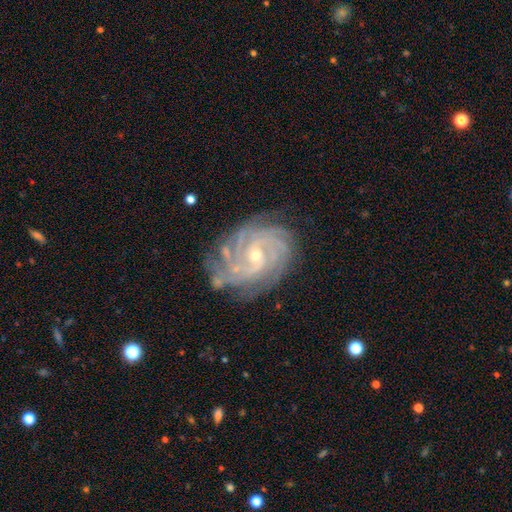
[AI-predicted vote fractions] Overall: featured or disk (91%). Edge-on disk: no (97%). Bar: no (52%; weak 37%). Spiral arms: yes (98%). Spiral arm count: 4 (32%; more than 4 24%). Spiral winding: tight (76%). Bulge size: small (69%). Merging: none (76%).